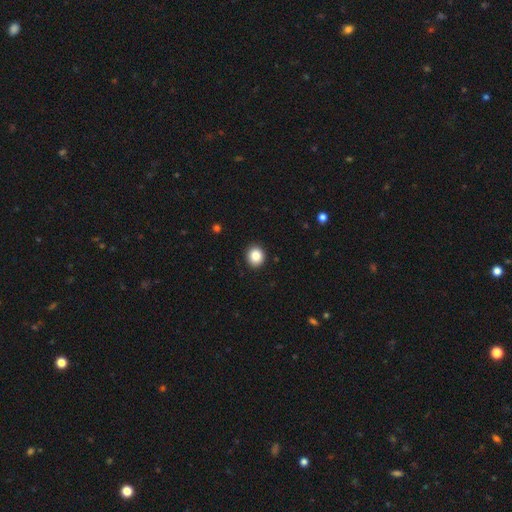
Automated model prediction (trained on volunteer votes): smooth 85%, star or artifact 9%, featured or disk 5%. Down the decision tree: how rounded — round (83%); merging — none (92%).